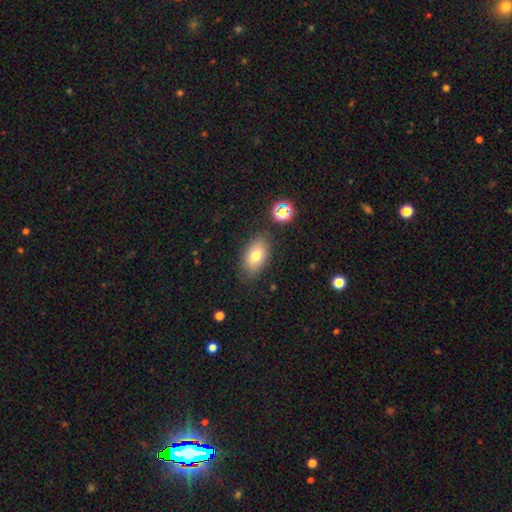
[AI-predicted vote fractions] The model was most divided on "smooth or featured": smooth: 77%, featured or disk: 14%, star or artifact: 10%. More confident: how rounded — in between (90%); merging — none (81%).